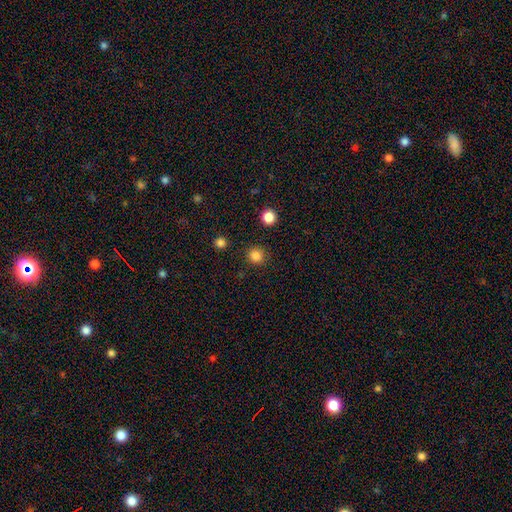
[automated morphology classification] A smooth galaxy with no disk features (83%) that is round (93%). Merging: none (90%).